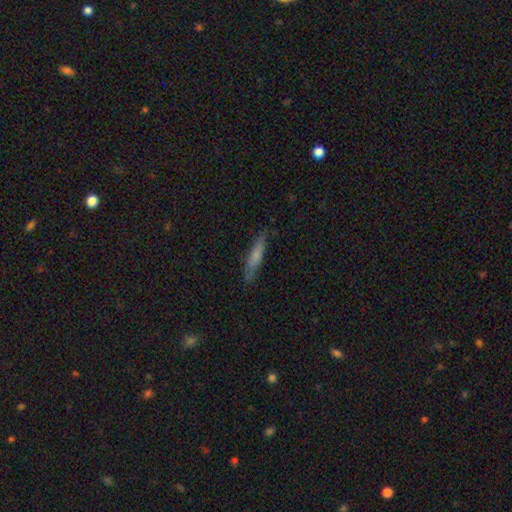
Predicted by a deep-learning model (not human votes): The model was most divided on "smooth or featured": smooth: 68%, featured or disk: 26%, star or artifact: 7%. More confident: how rounded — cigar-shaped (89%); merging — none (81%).